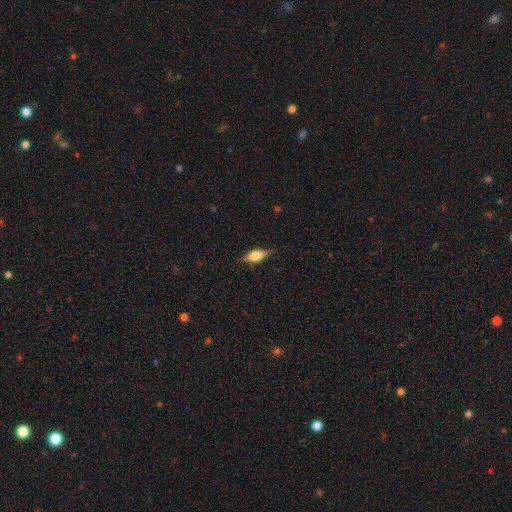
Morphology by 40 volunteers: A featured or disk galaxy (75%) viewed edge-on (100%) with a rounded central bulge (93%). Merging: none (84%).